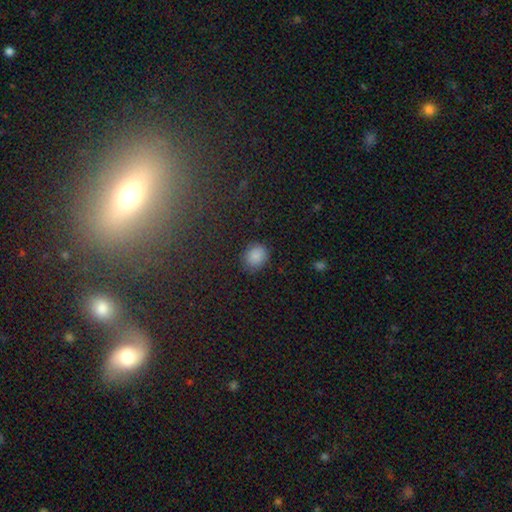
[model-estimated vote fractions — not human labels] A smooth galaxy with no disk features (86%) that is round (60%). Merging: none (84%).